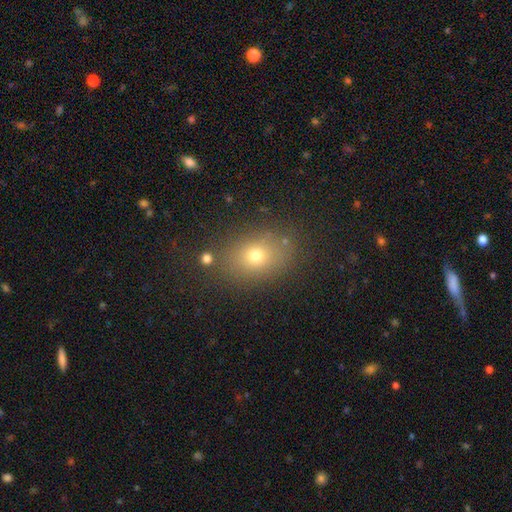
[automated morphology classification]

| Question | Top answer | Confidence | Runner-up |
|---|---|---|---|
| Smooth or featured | smooth | 70% | star or artifact (17%) |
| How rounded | in between | 66% | round (32%) |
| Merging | none | 81% | minor disturbance (11%) |